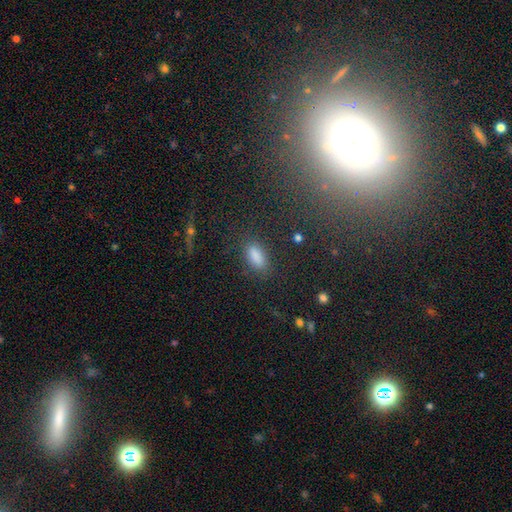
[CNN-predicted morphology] The model was most divided on "smooth or featured": smooth: 82%, star or artifact: 12%, featured or disk: 6%. More confident: how rounded — in between (86%); merging — none (83%).